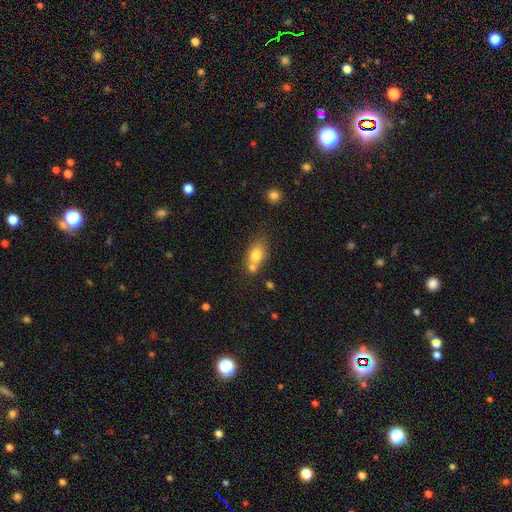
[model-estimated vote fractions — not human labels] Smooth or featured: smooth — 76% (featured or disk — 14%)
How rounded: in between — 73% (round — 23%)
Merging: none — 42% (merger — 38%)